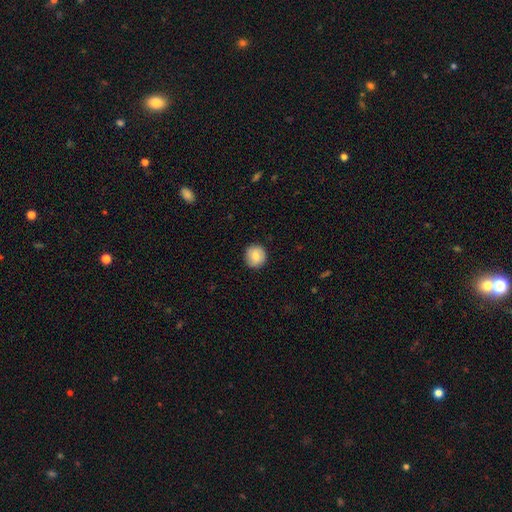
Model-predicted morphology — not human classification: Overall: smooth (80%). How rounded: round (93%). Merging: none (88%).